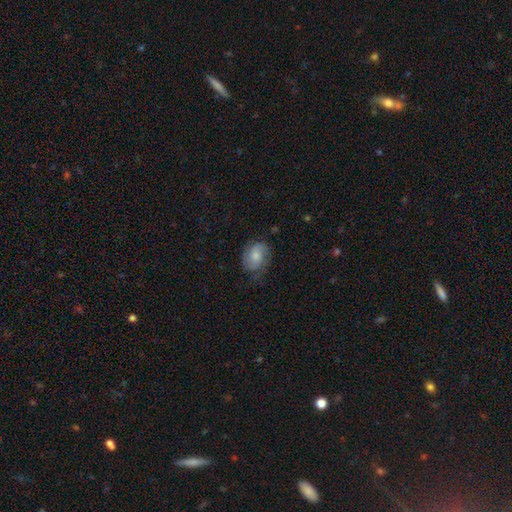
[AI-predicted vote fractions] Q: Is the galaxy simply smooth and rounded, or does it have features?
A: smooth — 51%.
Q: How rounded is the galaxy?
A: in between — 67%.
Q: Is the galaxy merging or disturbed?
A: none — 60%.